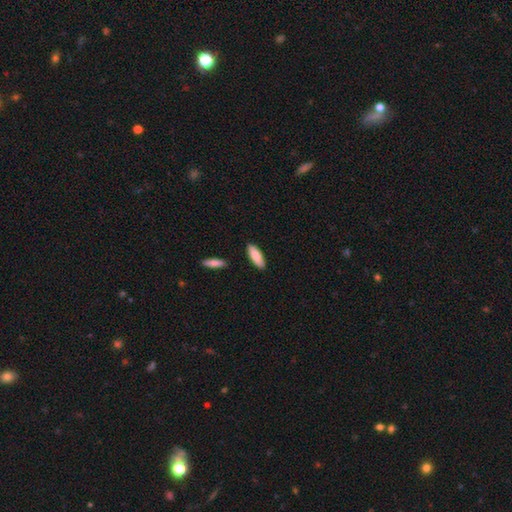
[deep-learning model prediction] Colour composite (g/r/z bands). It shows a smooth galaxy with no disk features (87%) that is in between round and cigar-shaped (61%). Merging: none (87%).